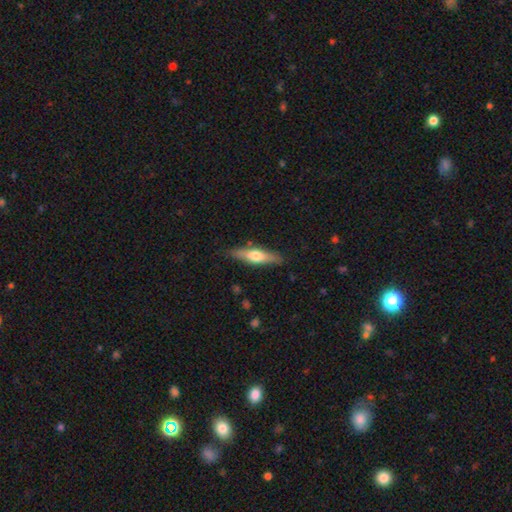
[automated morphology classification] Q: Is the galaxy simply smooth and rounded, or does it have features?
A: smooth — 49%.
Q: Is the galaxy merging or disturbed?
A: none — 84%.